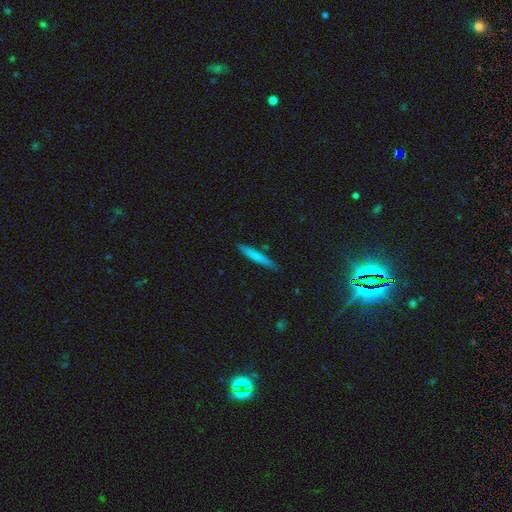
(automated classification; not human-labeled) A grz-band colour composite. It shows a smooth galaxy with no disk features (71%) that is cigar-shaped (95%). Merging: none (84%).